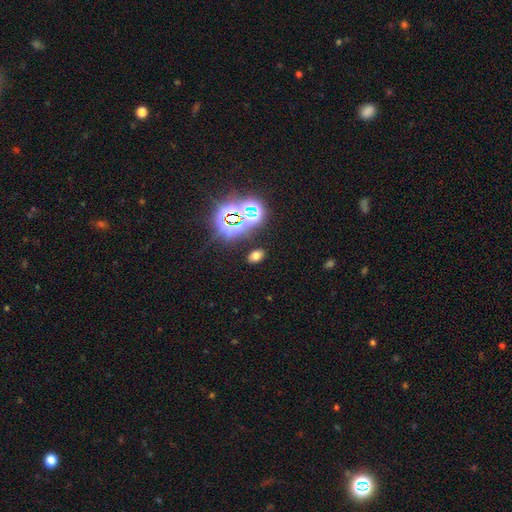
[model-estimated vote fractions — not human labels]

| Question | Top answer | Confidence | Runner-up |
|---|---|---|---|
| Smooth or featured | smooth | 60% | star or artifact (32%) |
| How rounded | in between | 83% | round (15%) |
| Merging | none | 87% | minor disturbance (8%) |